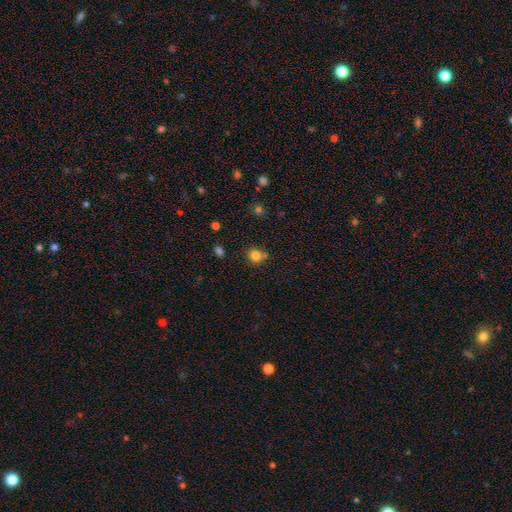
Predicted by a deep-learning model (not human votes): The model was most divided on "merging": none: 68%, minor disturbance: 16%, merger: 12%, major disturbance: 4%. More confident: smooth or featured — smooth (81%); how rounded — round (80%).